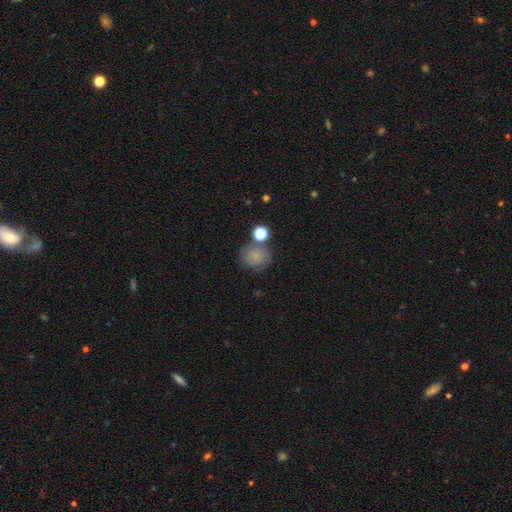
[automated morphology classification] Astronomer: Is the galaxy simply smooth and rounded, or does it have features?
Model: smooth — 62%.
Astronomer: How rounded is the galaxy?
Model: round — 78%.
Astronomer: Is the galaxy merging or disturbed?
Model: none — 64%.